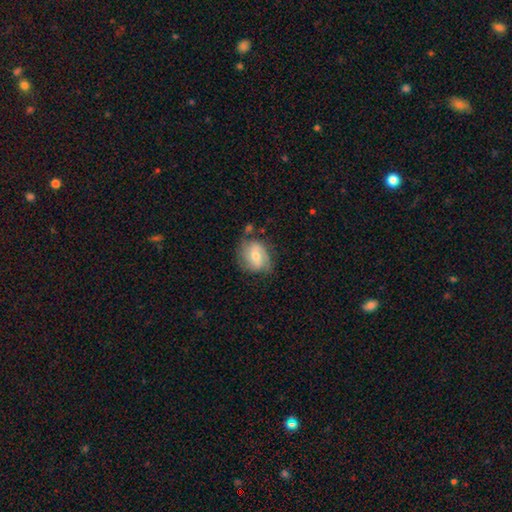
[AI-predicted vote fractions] This is possibly a smooth galaxy (46%, tied with featured or disk). Merging: possibly none (60%).